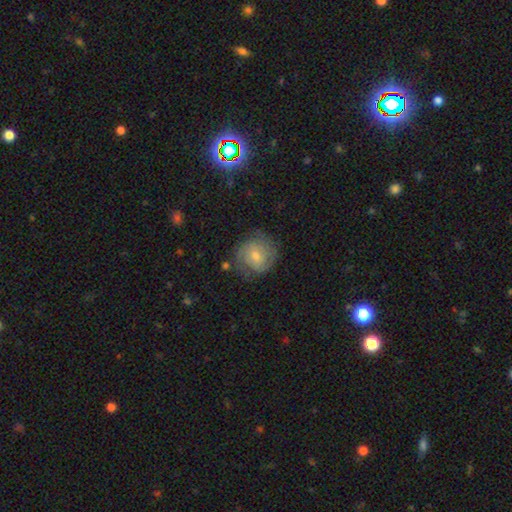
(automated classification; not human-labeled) Morphology: type=featured or disk (53%); edge-on=no (97%); bar=no (51%); spiral arms=yes (83%); bulge=small (53%); merging=none (71%).